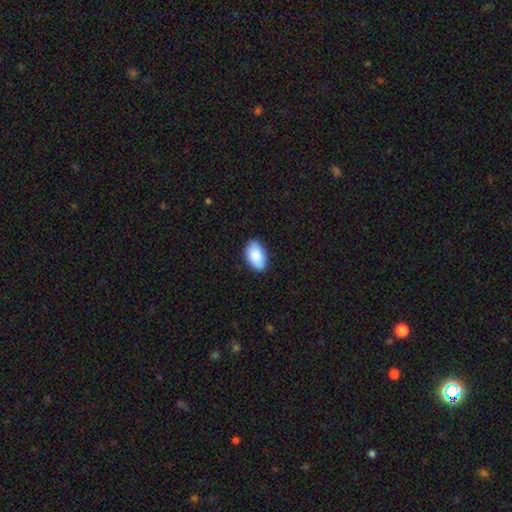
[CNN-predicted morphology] A smooth galaxy with no disk features (84%) that is in between round and cigar-shaped (93%). Merging: none (81%).